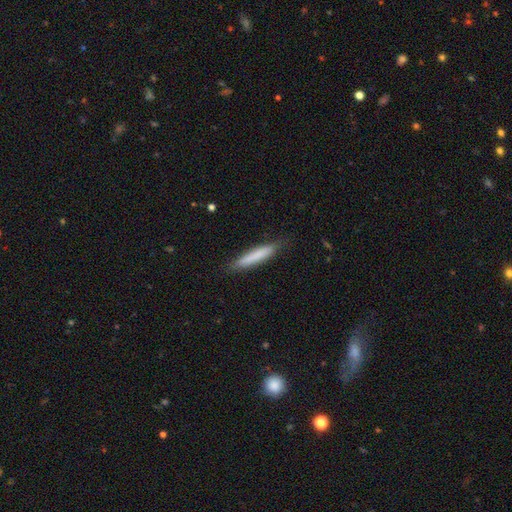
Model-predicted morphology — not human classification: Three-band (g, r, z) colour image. It shows a smooth galaxy with no disk features (77%) that is cigar-shaped (92%). Merging: none (85%).